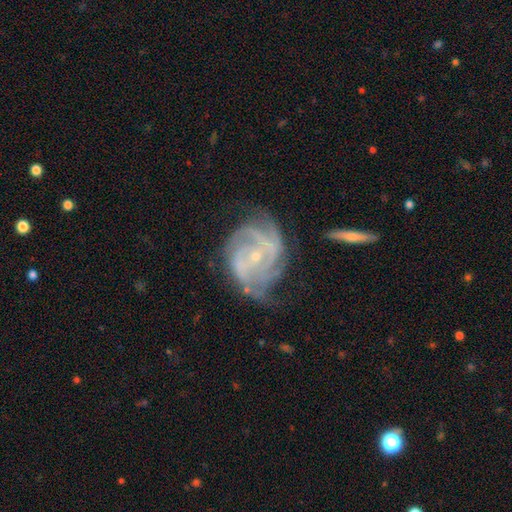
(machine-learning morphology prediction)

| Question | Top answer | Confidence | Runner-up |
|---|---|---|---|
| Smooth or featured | featured or disk | 87% | star or artifact (6%) |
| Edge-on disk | no | 97% | yes (3%) |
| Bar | no | 53% | weak (36%) |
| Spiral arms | yes | 96% | no (4%) |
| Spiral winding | tight | 53% | medium (38%) |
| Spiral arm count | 3 | 30% | 2 (23%) |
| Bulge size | small | 76% | moderate (20%) |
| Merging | none | 58% | minor disturbance (25%) |